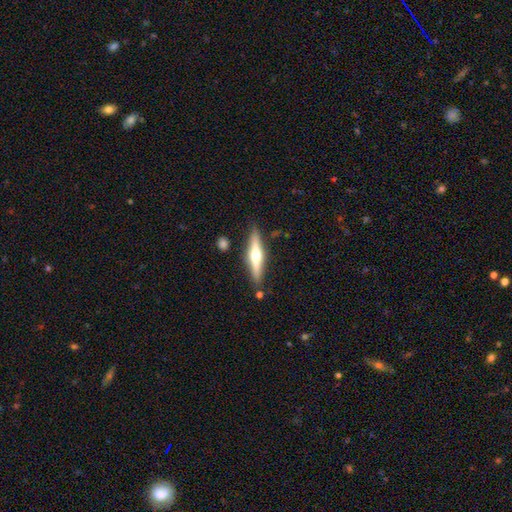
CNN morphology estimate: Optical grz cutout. It shows a featured or disk galaxy (62%) viewed edge-on (95%) with a rounded central bulge (92%). Merging: none (85%).